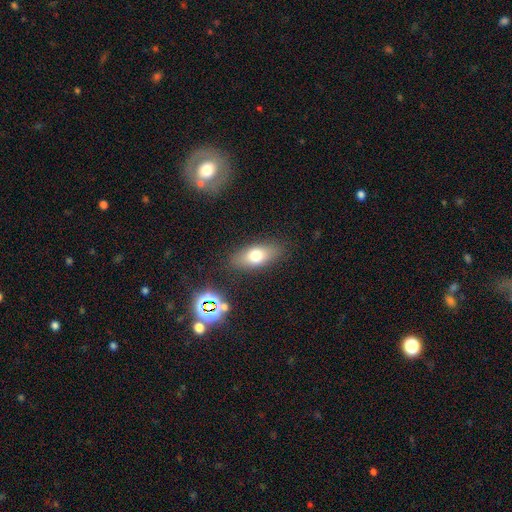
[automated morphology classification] type=smooth (71%); roundness=in between (81%); merging=none (84%).